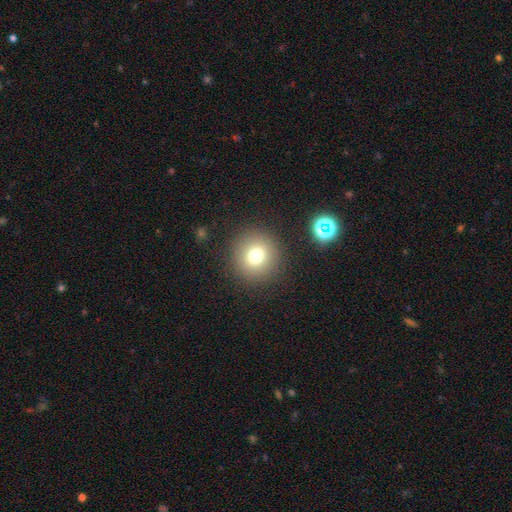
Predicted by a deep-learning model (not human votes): Q: Smooth or featured?
A: smooth (74%); runner-up: star or artifact (15%)
Q: How rounded?
A: round (94%); runner-up: in between (6%)
Q: Merging?
A: none (89%); runner-up: minor disturbance (6%)